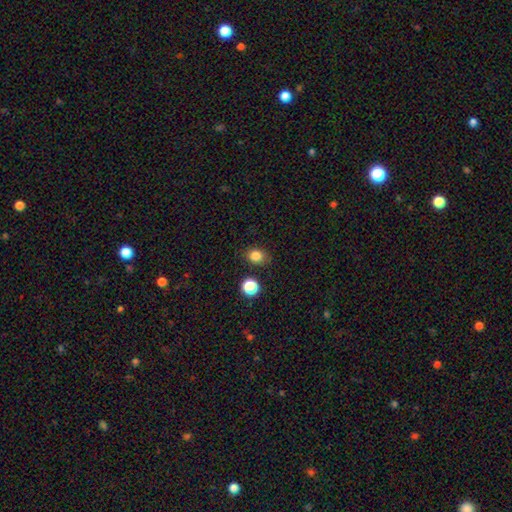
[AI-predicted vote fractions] The model was most divided on "how rounded": round: 55%, in between: 44%, cigar-shaped: 1%. More confident: smooth or featured — smooth (83%); merging — none (82%).